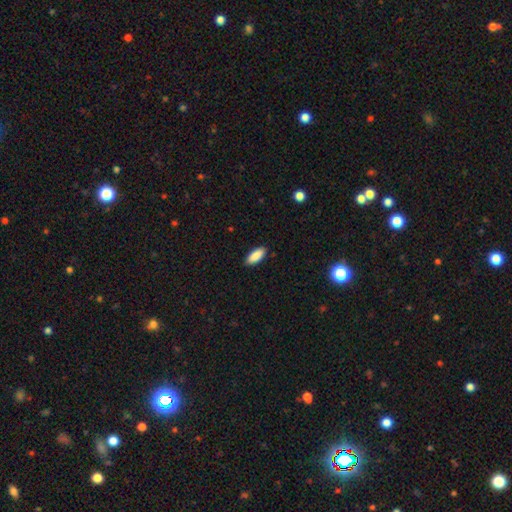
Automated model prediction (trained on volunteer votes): This appears to be a smooth galaxy with no disk features (89%) that is in between round and cigar-shaped (81%). Merging: none (88%).